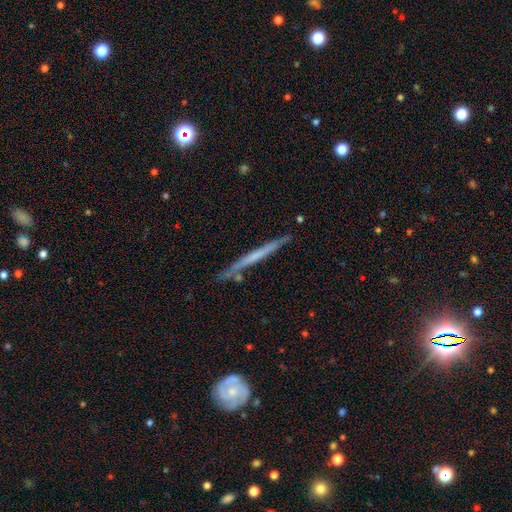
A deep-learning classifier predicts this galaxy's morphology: Smooth or featured?
  - featured or disk: 58% *
  - smooth: 36%
  - star or artifact: 6%
Edge-on disk?
  - yes: 96% *
  - no: 4%
Edge-on bulge?
  - none: 84% *
  - rounded: 10%
  - boxy: 5%
Merging?
  - none: 84% *
  - minor disturbance: 11%
  - merger: 2%
  - major disturbance: 2%